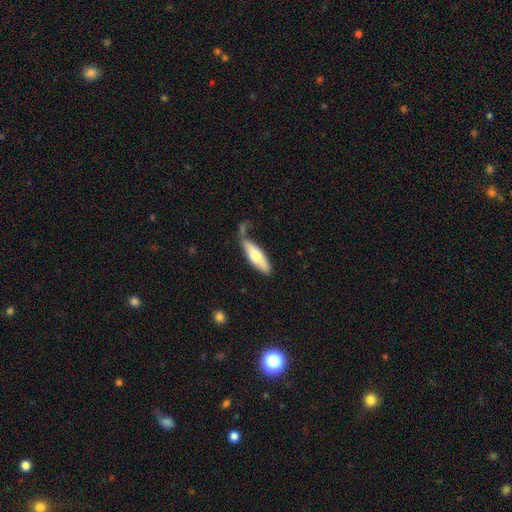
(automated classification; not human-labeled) A smooth galaxy with no disk features (66%) that is cigar-shaped (53%). Merging: none (55%).